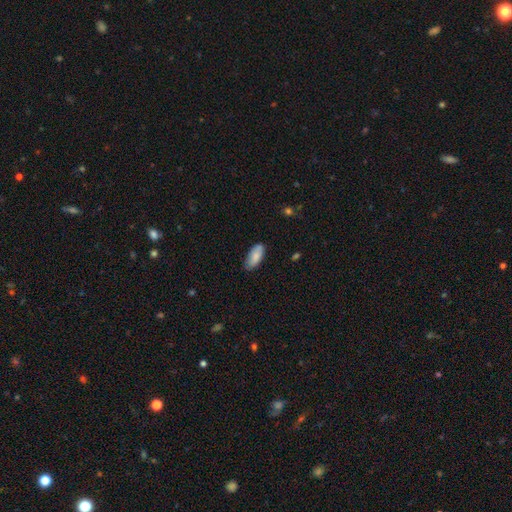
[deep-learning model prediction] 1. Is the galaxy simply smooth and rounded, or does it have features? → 83% smooth, 10% featured or disk, 6% star or artifact.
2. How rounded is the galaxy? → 87% in between, 11% cigar-shaped, 2% round.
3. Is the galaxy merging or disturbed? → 73% none, 21% minor disturbance, 3% major disturbance, 2% merger.